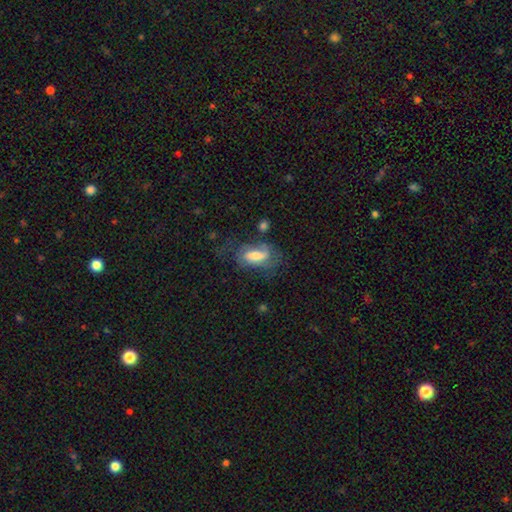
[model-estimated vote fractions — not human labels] Smooth or featured: featured or disk — 52% (smooth — 40%)
Edge-on disk: no — 91% (yes — 9%)
Merging: none — 46% (major disturbance — 25%)